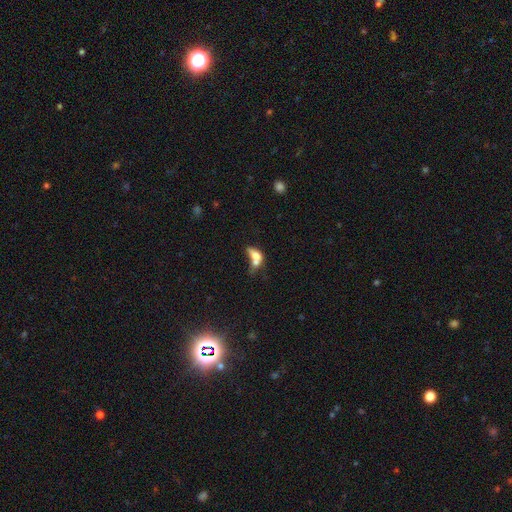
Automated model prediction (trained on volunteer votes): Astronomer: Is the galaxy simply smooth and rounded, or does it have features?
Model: smooth — 62%.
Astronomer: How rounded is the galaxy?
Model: in between — 72%.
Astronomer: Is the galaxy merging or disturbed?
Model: merger — 61%.